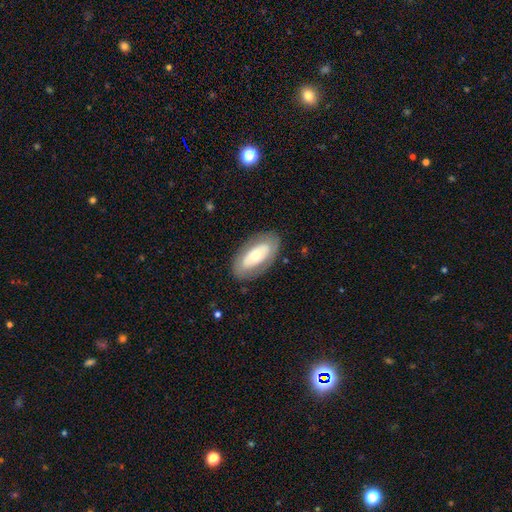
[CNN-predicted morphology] Smooth or featured?
  - featured or disk: 50% *
  - smooth: 44%
  - star or artifact: 5%
Edge-on disk?
  - no: 87% *
  - yes: 13%
Merging?
  - none: 82% *
  - minor disturbance: 12%
  - major disturbance: 5%
  - merger: 1%